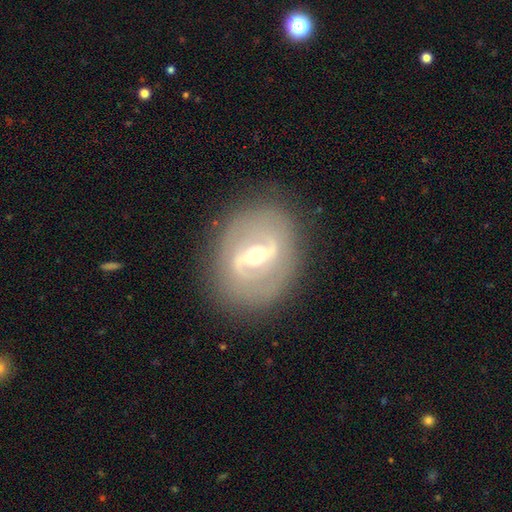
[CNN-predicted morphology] smooth_or_featured: featured or disk (p=0.80) [alt: smooth p=0.13]
disk_edge_on: no (p=0.95) [alt: yes p=0.05]
bar: strong (p=0.51) [alt: weak p=0.38]
has_spiral_arms: yes (p=0.71) [alt: no p=0.29]
spiral_winding: medium (p=0.40) [alt: tight p=0.39]
spiral_arm_count: 2 (p=0.75) [alt: can't tell p=0.15]
bulge_size: moderate (p=0.57) [alt: small p=0.37]
merging: none (p=0.83) [alt: minor disturbance p=0.11]